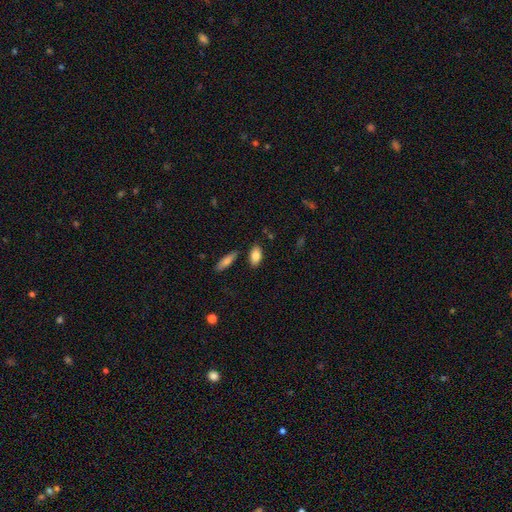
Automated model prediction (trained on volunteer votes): Smooth or featured: smooth — 83% (featured or disk — 10%)
How rounded: in between — 89% (cigar-shaped — 7%)
Merging: none — 82% (minor disturbance — 11%)